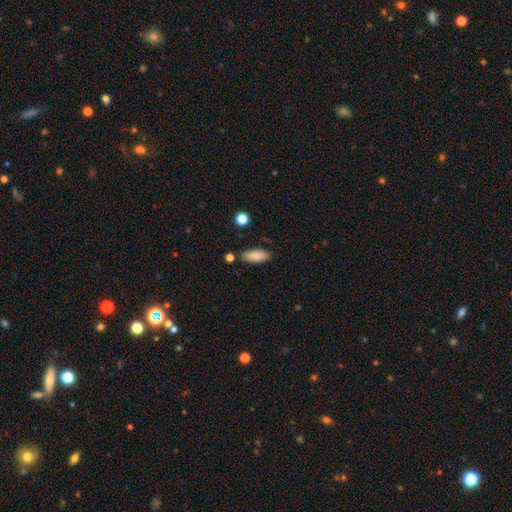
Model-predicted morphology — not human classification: This appears to be a smooth galaxy with no disk features (87%) that is in between round and cigar-shaped (80%). Merging: none (83%).